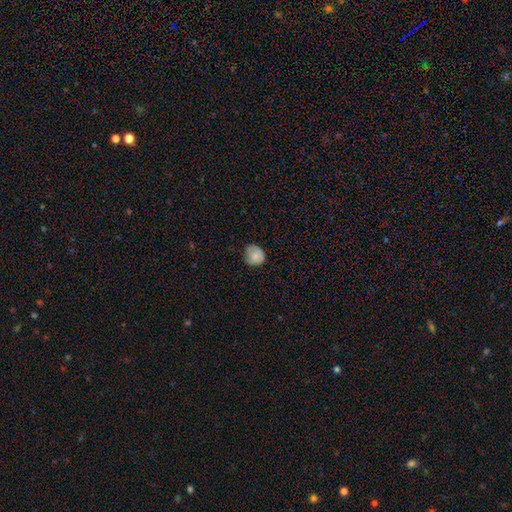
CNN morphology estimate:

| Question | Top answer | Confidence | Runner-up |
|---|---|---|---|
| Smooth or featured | smooth | 79% | featured or disk (13%) |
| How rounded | round | 78% | in between (21%) |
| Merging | none | 67% | minor disturbance (27%) |